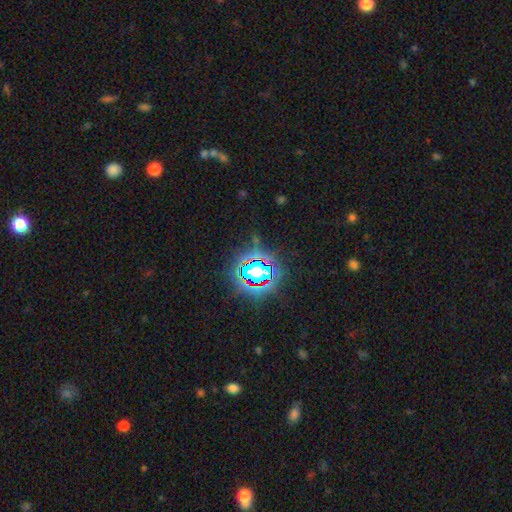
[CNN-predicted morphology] Smooth or featured? Predicted: star or artifact (p=0.80).